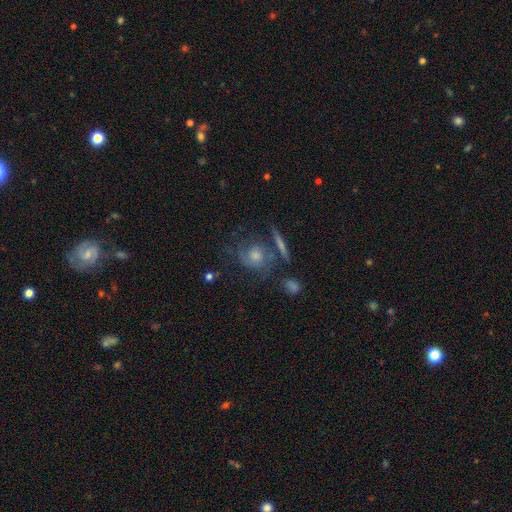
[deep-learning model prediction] This is likely a featured or disk galaxy (62%). It is clearly not viewed edge-on (90%). Bar: likely no (74%). Spiral arm pattern: clearly yes (81%). Central bulge: possibly moderate (52%). Merging: likely none (61%).